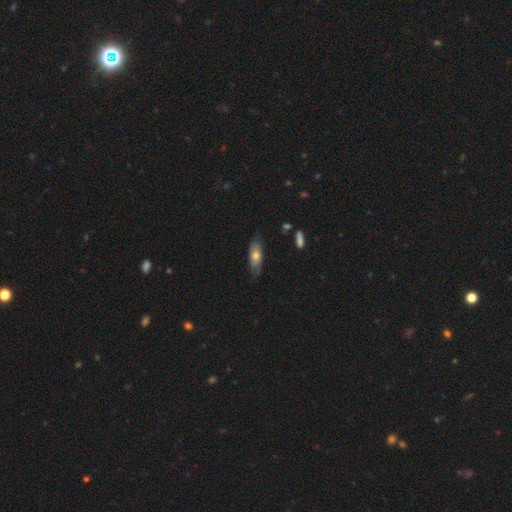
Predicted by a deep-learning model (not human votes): A smooth galaxy with no disk features (57%) that is in between round and cigar-shaped (63%).

Vote fractions:
- Smooth or featured? smooth: 57% / featured or disk: 36% / star or artifact: 6%
- How rounded? in between: 63% / cigar-shaped: 35% / round: 3%
- Merging? none: 73% / minor disturbance: 22% / major disturbance: 4% / merger: 1%